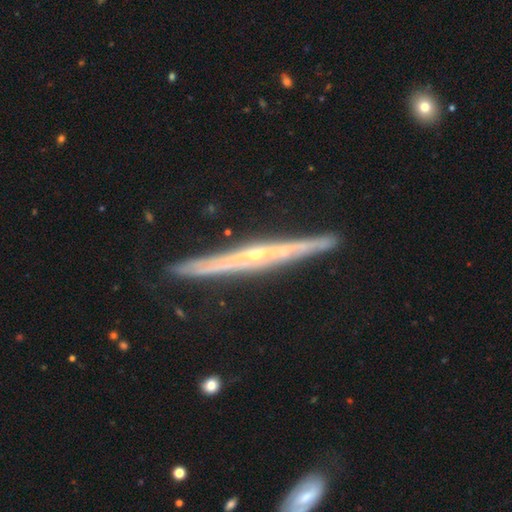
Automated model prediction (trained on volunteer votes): Smooth or featured: featured or disk — 83% (smooth — 12%)
Edge-on disk: yes — 97% (no — 3%)
Edge-on bulge: rounded — 64% (none — 32%)
Merging: none — 88% (minor disturbance — 9%)